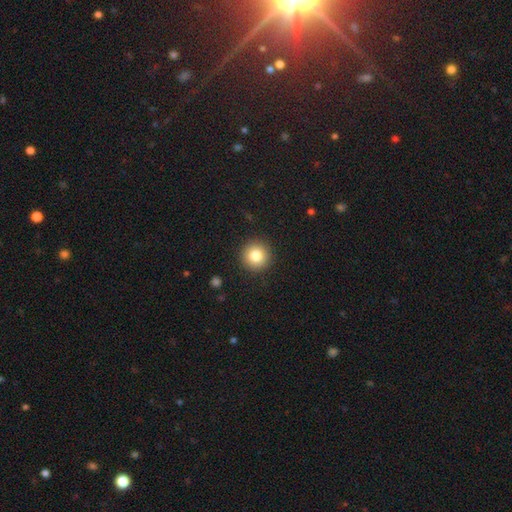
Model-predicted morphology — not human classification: The model was most divided on "smooth or featured": smooth: 82%, star or artifact: 10%, featured or disk: 8%. More confident: how rounded — round (95%); merging — none (92%).